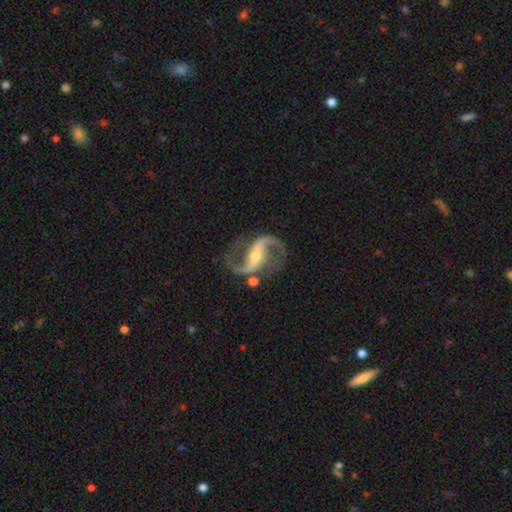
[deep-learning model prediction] Smooth or featured?
  - featured or disk: 93% *
  - star or artifact: 4%
  - smooth: 3%
Edge-on disk?
  - no: 97% *
  - yes: 3%
Bar?
  - strong: 50% *
  - weak: 30%
  - no: 19%
Spiral arms?
  - yes: 98% *
  - no: 2%
Spiral winding?
  - loose: 51% *
  - medium: 41%
  - tight: 7%
Spiral arm count?
  - 2: 94% *
  - 1: 1%
  - can't tell: 1%
  - 3: 1%
  - 4: 1%
  - more than 4: 1%
Bulge size?
  - small: 50% *
  - moderate: 45%
  - large: 2%
  - none: 2%
  - dominant: 1%
Merging?
  - none: 79% *
  - minor disturbance: 12%
  - major disturbance: 6%
  - merger: 3%